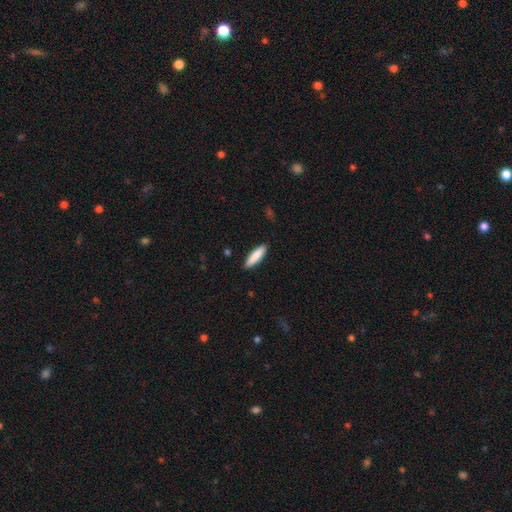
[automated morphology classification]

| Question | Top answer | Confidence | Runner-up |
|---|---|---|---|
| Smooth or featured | smooth | 86% | featured or disk (9%) |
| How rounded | cigar-shaped | 69% | in between (30%) |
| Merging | none | 89% | minor disturbance (8%) |